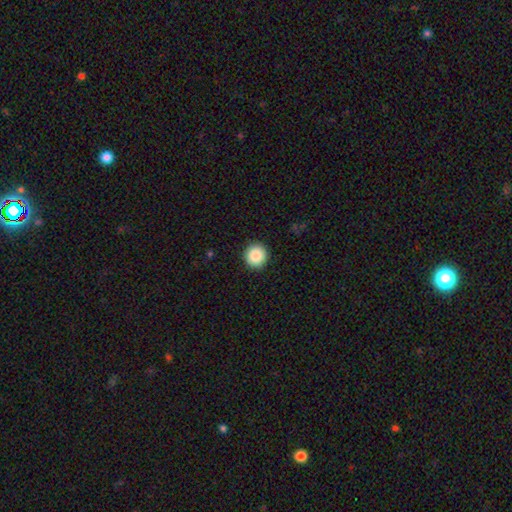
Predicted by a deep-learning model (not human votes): Smooth or featured: smooth — 88% (star or artifact — 8%)
How rounded: round — 92% (in between — 7%)
Merging: none — 92% (minor disturbance — 5%)